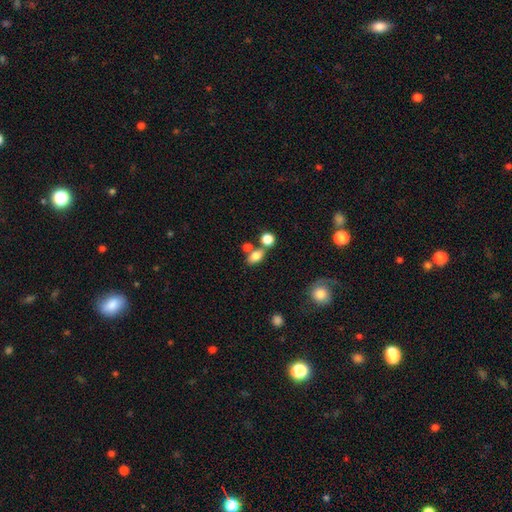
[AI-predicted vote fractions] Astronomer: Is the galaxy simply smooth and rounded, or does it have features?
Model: smooth — 79%.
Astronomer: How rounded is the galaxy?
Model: in between — 78%.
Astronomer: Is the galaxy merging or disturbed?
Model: none — 57%.